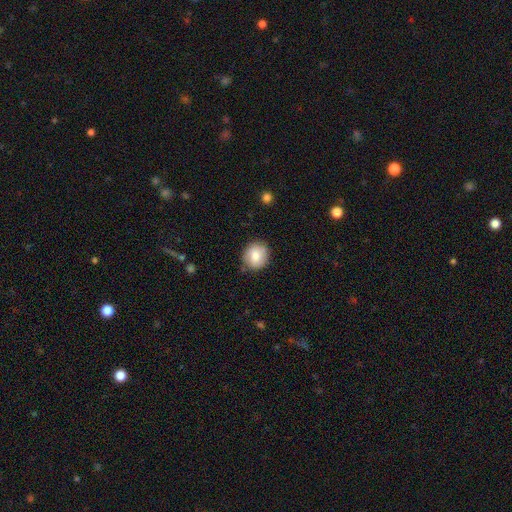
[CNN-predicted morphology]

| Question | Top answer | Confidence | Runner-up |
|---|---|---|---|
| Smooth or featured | smooth | 82% | featured or disk (11%) |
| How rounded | round | 82% | in between (17%) |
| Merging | none | 80% | minor disturbance (16%) |